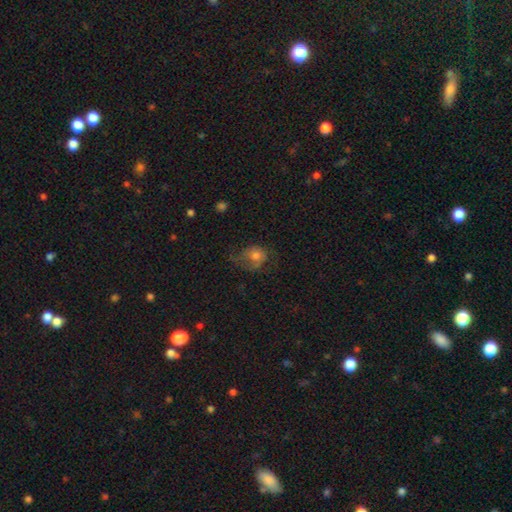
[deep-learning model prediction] A smooth galaxy with no disk features (61%) that is round (58%).

Vote fractions:
- Smooth or featured? smooth: 61% / featured or disk: 28% / star or artifact: 11%
- How rounded? round: 58% / in between: 41% / cigar-shaped: 1%
- Merging? none: 38% / major disturbance: 33% / minor disturbance: 27% / merger: 2%